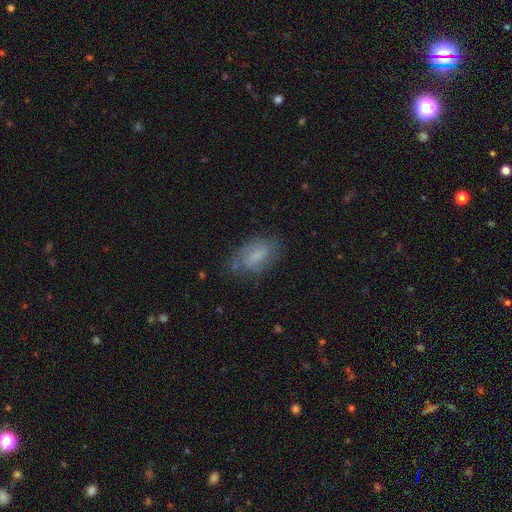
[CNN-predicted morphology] smooth_or_featured: featured or disk (p=0.46) [alt: smooth p=0.45]
merging: none (p=0.65) [alt: minor disturbance p=0.24]